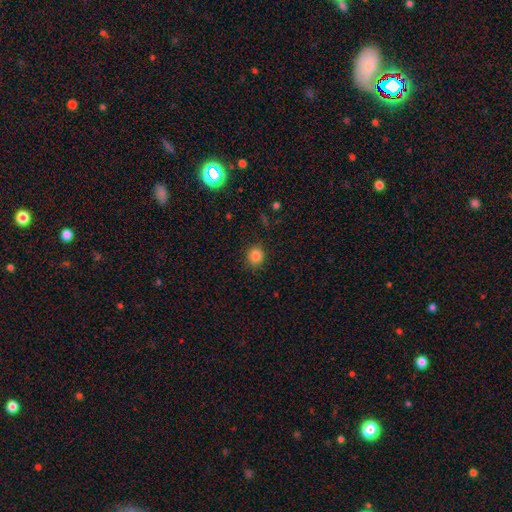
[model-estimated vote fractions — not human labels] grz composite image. It shows a smooth galaxy with no disk features (84%) that is round (81%). Merging: none (86%).